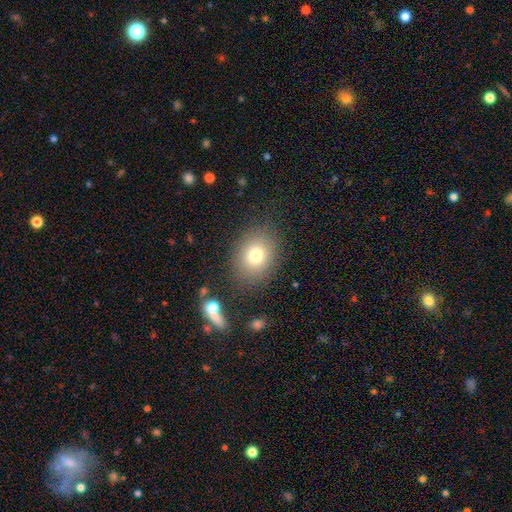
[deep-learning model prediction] The model was most divided on "how rounded": in between: 50%, round: 49%, cigar-shaped: 1%. More confident: merging — none (81%); smooth or featured — smooth (76%).